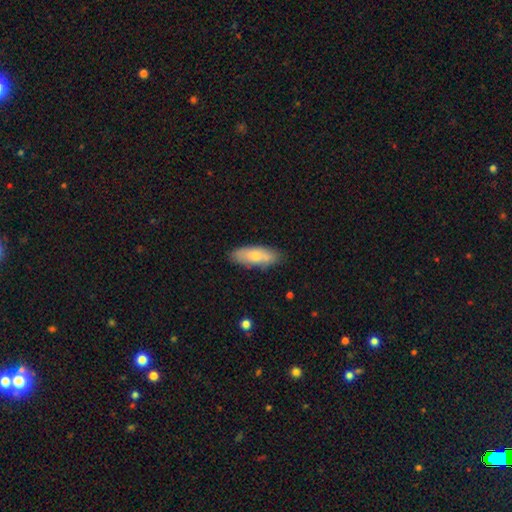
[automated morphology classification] Q: Smooth or featured?
A: smooth (72%); runner-up: featured or disk (22%)
Q: How rounded?
A: in between (77%); runner-up: cigar-shaped (20%)
Q: Merging?
A: none (76%); runner-up: minor disturbance (18%)